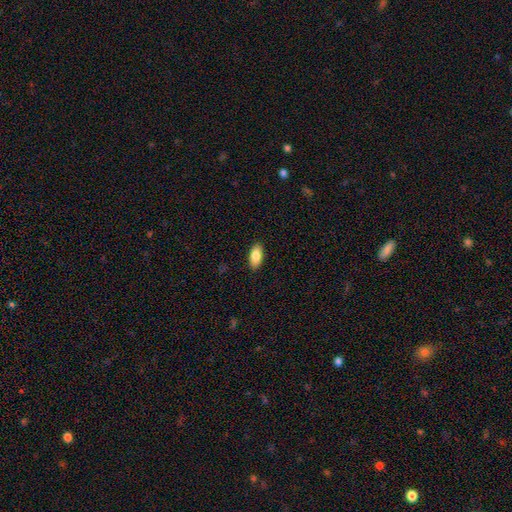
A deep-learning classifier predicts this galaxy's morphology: Smooth or featured?
  - smooth: 87% *
  - featured or disk: 7%
  - star or artifact: 6%
How rounded?
  - in between: 91% *
  - cigar-shaped: 7%
  - round: 2%
Merging?
  - none: 90% *
  - minor disturbance: 8%
  - major disturbance: 2%
  - merger: 1%